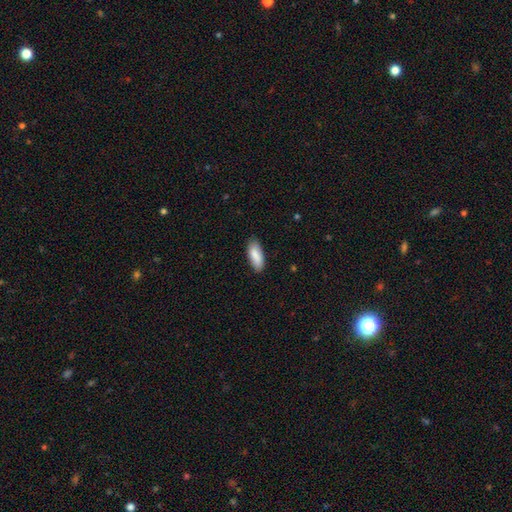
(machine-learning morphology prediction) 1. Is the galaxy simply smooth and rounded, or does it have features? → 87% smooth, 8% featured or disk, 6% star or artifact.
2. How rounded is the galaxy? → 76% in between, 22% cigar-shaped, 2% round.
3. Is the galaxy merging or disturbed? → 83% none, 13% minor disturbance, 2% major disturbance, 1% merger.